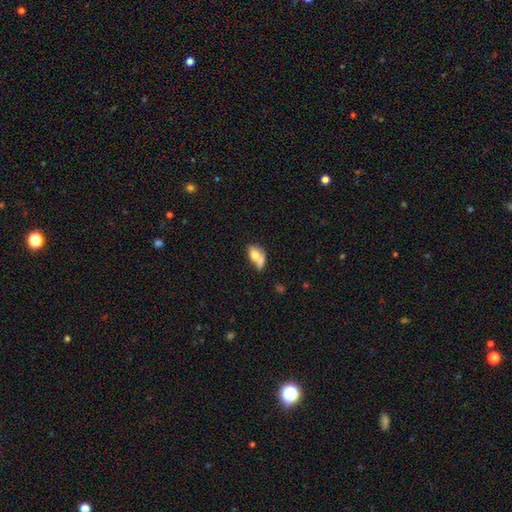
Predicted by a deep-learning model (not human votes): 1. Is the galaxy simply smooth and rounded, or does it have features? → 68% smooth, 24% featured or disk, 8% star or artifact.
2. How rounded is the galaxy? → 80% in between, 15% round, 5% cigar-shaped.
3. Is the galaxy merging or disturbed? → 50% merger, 25% none, 14% minor disturbance, 11% major disturbance.